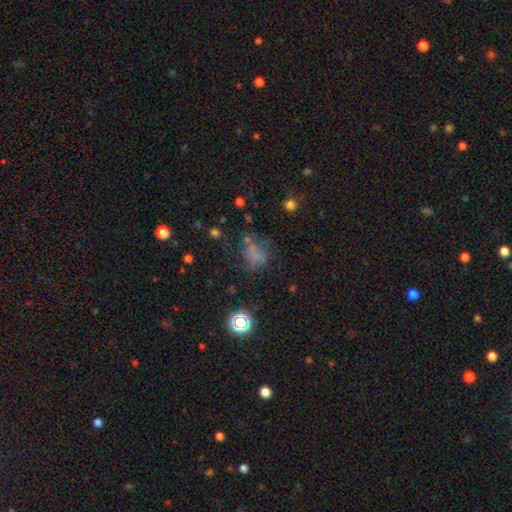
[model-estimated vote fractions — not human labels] Smooth or featured? Predicted: smooth (p=0.51). How rounded? Predicted: round (p=0.53). Merging? Predicted: none (p=0.44).